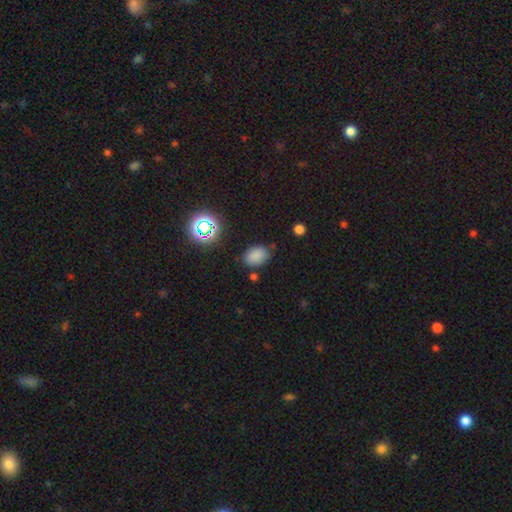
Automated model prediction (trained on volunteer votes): Q: Smooth or featured?
A: smooth (78%); runner-up: star or artifact (16%)
Q: How rounded?
A: in between (81%); runner-up: round (18%)
Q: Merging?
A: none (78%); runner-up: minor disturbance (14%)